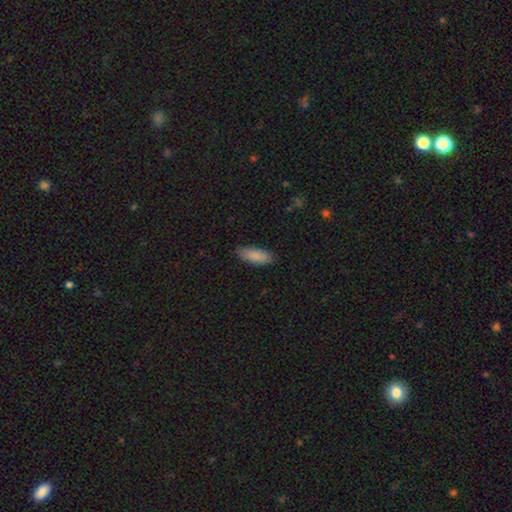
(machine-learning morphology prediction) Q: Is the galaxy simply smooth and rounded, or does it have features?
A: smooth — 89%.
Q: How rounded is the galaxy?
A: in between — 77%.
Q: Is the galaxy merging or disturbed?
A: none — 86%.